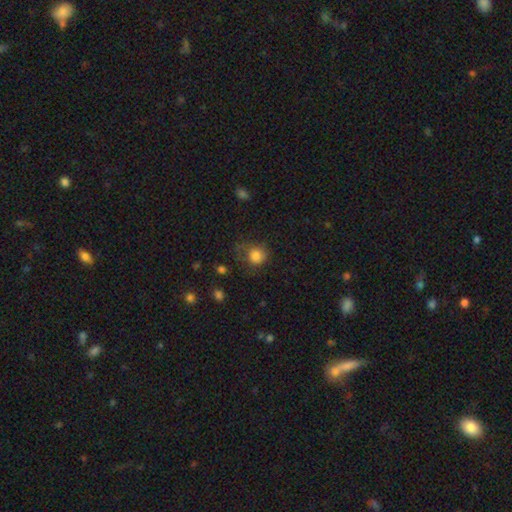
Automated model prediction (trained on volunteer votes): Q: Smooth or featured?
A: smooth (82%); runner-up: star or artifact (10%)
Q: How rounded?
A: round (80%); runner-up: in between (20%)
Q: Merging?
A: none (49%); runner-up: minor disturbance (26%)